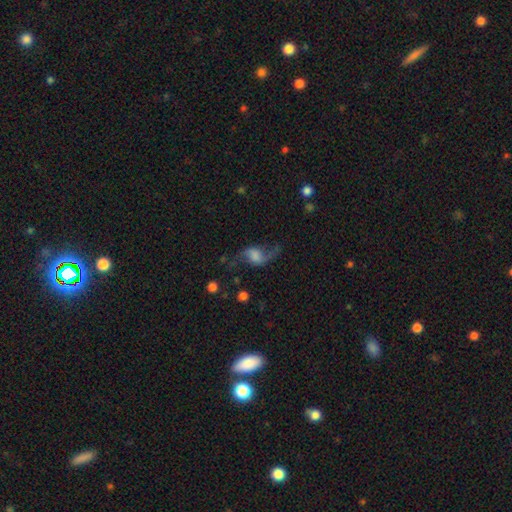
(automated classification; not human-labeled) Smooth or featured? featured or disk (75%)
Edge-on disk? no (96%)
Bar? no (51%)
Spiral arms? yes (94%)
Spiral winding? loose (90%)
Spiral arm count? 2 (92%)
Bulge size? none (30%)
Merging? none (63%)